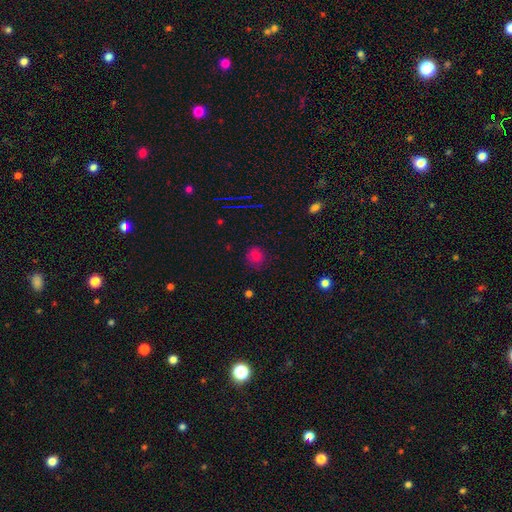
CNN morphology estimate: This appears to be a smooth galaxy with no disk features (75%) that is round (86%). Merging: none (79%).